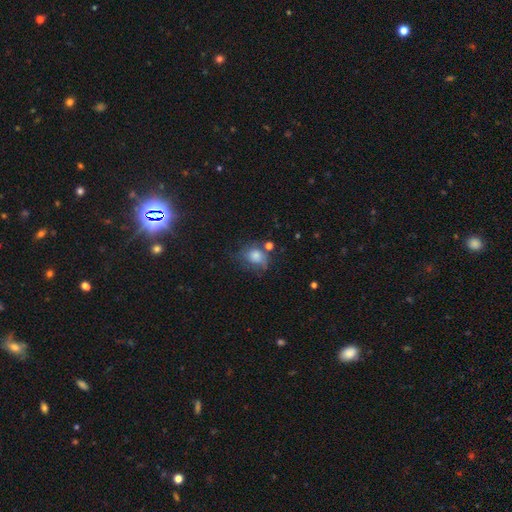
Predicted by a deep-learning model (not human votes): smooth-or-featured: smooth: 62% | featured or disk: 24% | star or artifact: 14%
  how-rounded: round: 60% | in between: 39% | cigar-shaped: 1%
  merging: none: 46% | minor disturbance: 27% | major disturbance: 19% | merger: 8%